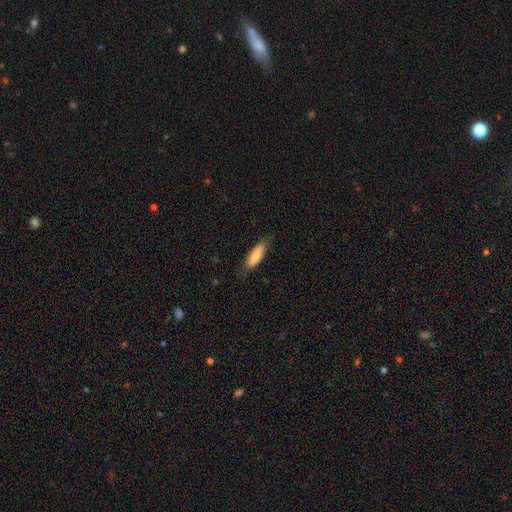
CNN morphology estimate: smooth_or_featured: smooth (p=0.81) [alt: featured or disk p=0.13]
how_rounded: cigar-shaped (p=0.50) [alt: in between p=0.48]
merging: none (p=0.76) [alt: minor disturbance p=0.19]